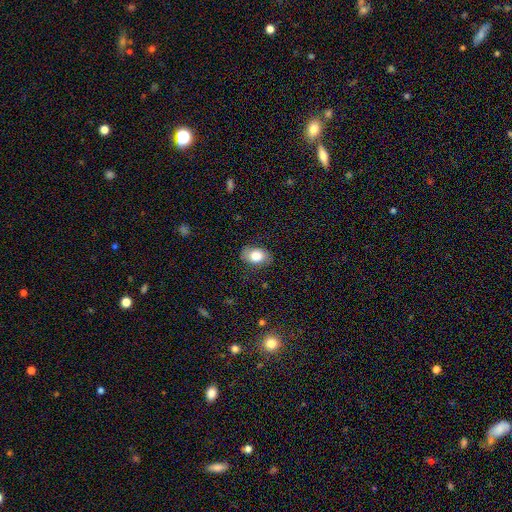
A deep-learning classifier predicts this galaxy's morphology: smooth-or-featured: smooth: 79% | featured or disk: 13% | star or artifact: 8%
  how-rounded: in between: 82% | round: 17% | cigar-shaped: 1%
  merging: none: 78% | minor disturbance: 17% | major disturbance: 5% | merger: 1%